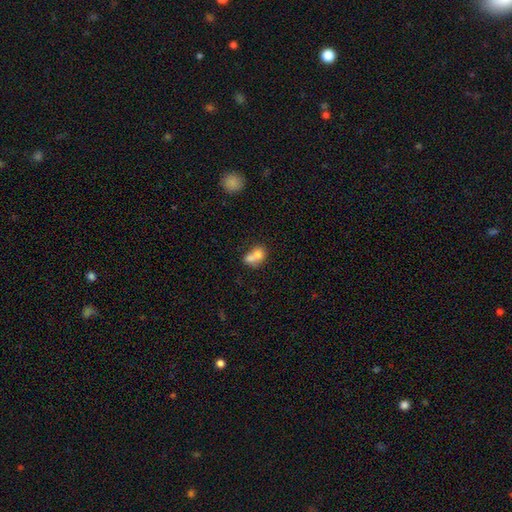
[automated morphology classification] A smooth galaxy with no disk features (71%) that is round (55%). Merging: merger (68%).